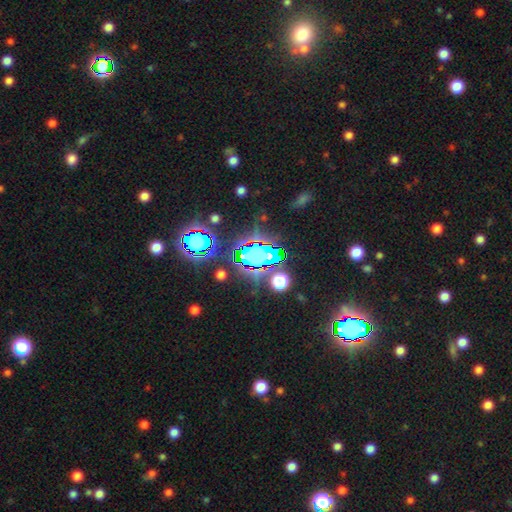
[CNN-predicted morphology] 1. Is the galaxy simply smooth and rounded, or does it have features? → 65% star or artifact, 24% smooth, 11% featured or disk.